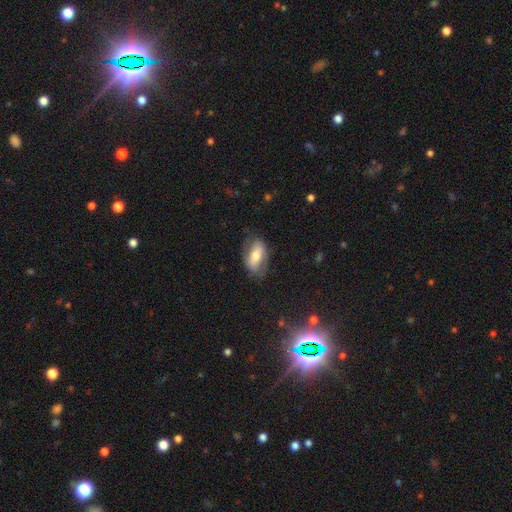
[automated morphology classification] Overall: smooth (50%; featured or disk 44%). Merging: none (68%).